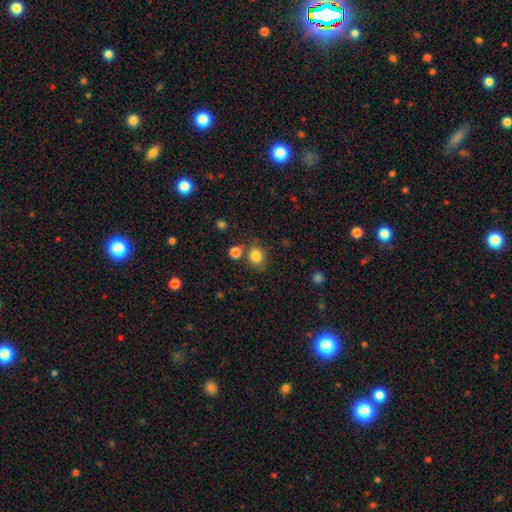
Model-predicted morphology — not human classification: Smooth or featured?
  - smooth: 83% *
  - star or artifact: 11%
  - featured or disk: 6%
How rounded?
  - round: 75% *
  - in between: 24%
  - cigar-shaped: 1%
Merging?
  - none: 70% *
  - minor disturbance: 13%
  - merger: 13%
  - major disturbance: 4%